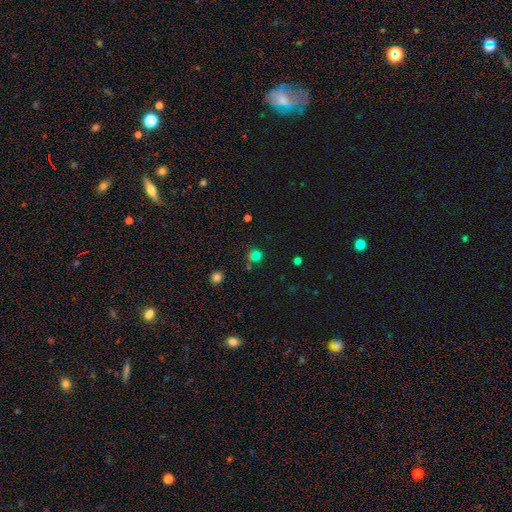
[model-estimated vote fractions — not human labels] smooth 68%, star or artifact 24%, featured or disk 8%. Down the decision tree: how rounded — round (87%); merging — none (65%).